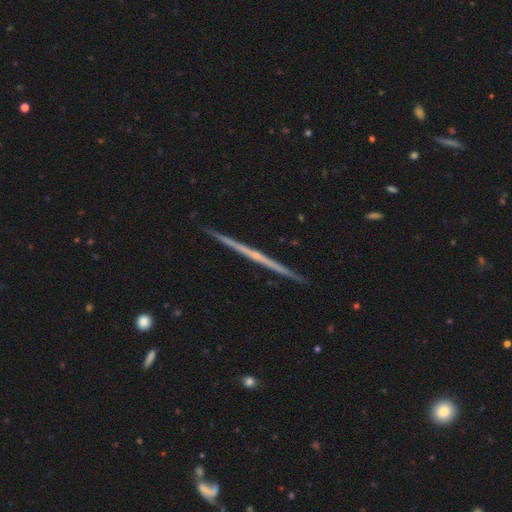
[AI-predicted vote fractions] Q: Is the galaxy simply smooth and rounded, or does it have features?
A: featured or disk — 78%.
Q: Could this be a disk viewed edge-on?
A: yes — 99%.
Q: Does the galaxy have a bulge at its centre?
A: none — 66%.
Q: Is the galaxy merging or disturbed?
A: none — 93%.